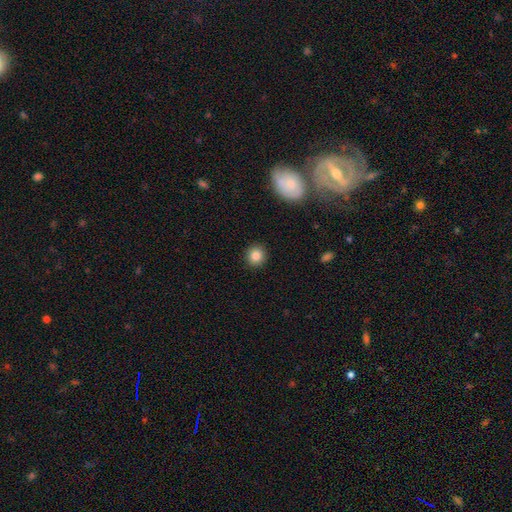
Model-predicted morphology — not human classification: Smooth or featured? smooth (85%)
How rounded? round (89%)
Merging? none (91%)